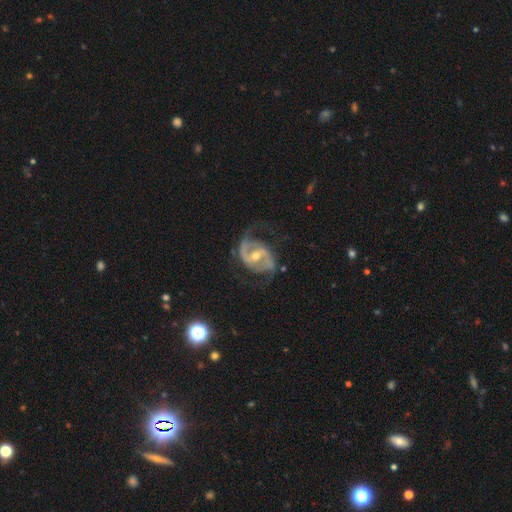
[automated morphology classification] Smooth or featured?
  - featured or disk: 91% *
  - star or artifact: 5%
  - smooth: 5%
Edge-on disk?
  - no: 97% *
  - yes: 3%
Bar?
  - weak: 43% *
  - strong: 36%
  - no: 22%
Spiral arms?
  - yes: 97% *
  - no: 3%
Spiral winding?
  - medium: 52% *
  - loose: 28%
  - tight: 20%
Spiral arm count?
  - 2: 90% *
  - can't tell: 3%
  - 3: 2%
  - 1: 2%
  - 4: 1%
  - more than 4: 1%
Bulge size?
  - moderate: 58% *
  - small: 39%
  - large: 2%
  - none: 1%
  - dominant: 1%
Merging?
  - none: 70% *
  - minor disturbance: 17%
  - major disturbance: 12%
  - merger: 2%